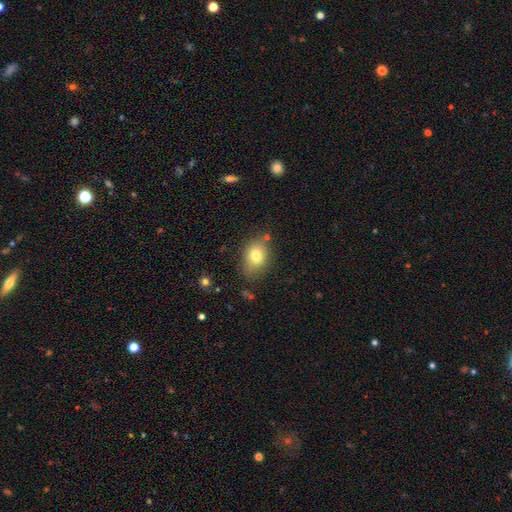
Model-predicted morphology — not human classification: Overall: smooth (77%). How rounded: in between (70%). Merging: none (74%).